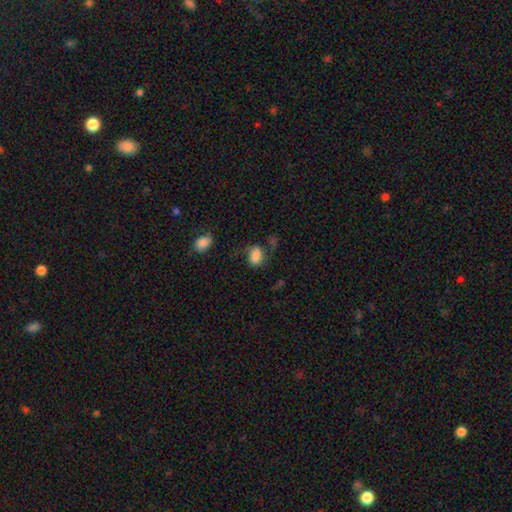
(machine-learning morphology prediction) Smooth or featured? Predicted: smooth (p=0.71). How rounded? Predicted: in between (p=0.75). Merging? Predicted: none (p=0.48).